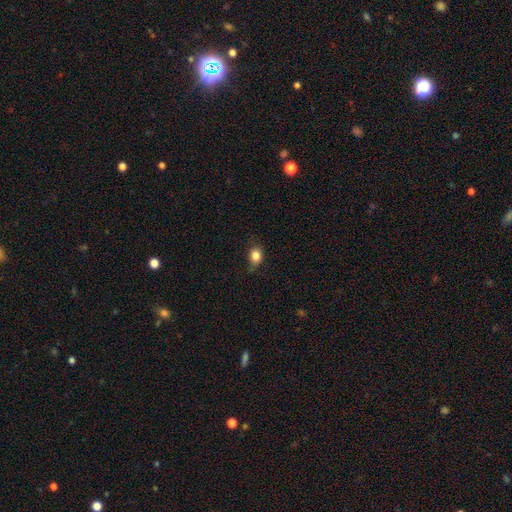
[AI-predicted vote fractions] smooth 84%, star or artifact 10%, featured or disk 6%. Down the decision tree: how rounded — round (51%); merging — none (76%).